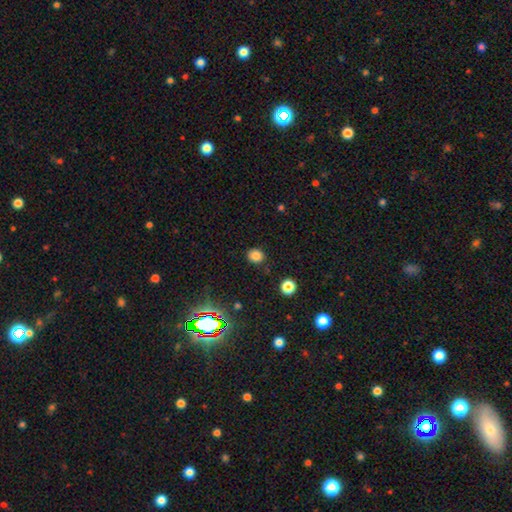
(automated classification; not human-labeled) Smooth or featured? Predicted: smooth (p=0.82). How rounded? Predicted: round (p=0.78). Merging? Predicted: none (p=0.85).